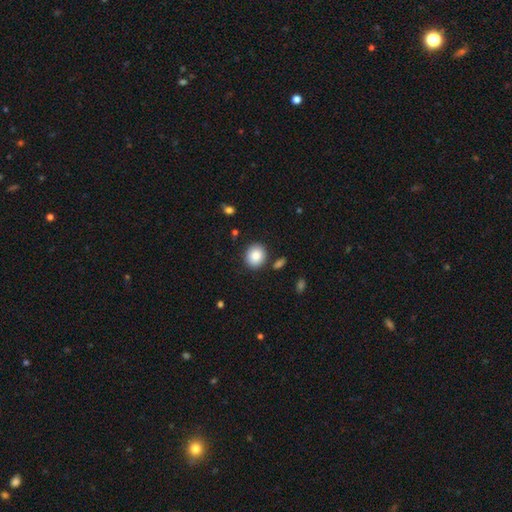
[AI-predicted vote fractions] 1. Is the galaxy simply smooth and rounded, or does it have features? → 85% smooth, 8% star or artifact, 7% featured or disk.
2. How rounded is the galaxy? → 76% round, 23% in between, 1% cigar-shaped.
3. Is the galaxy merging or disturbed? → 86% none, 8% minor disturbance, 4% merger, 2% major disturbance.